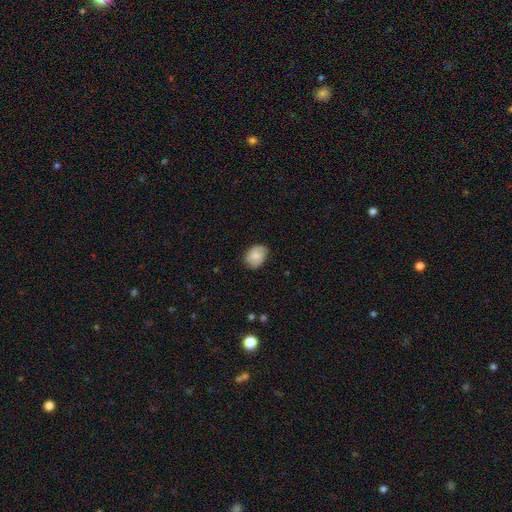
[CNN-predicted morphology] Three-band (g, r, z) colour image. It shows a smooth galaxy with no disk features (73%) that is in between round and cigar-shaped (61%). Merging: none (74%).